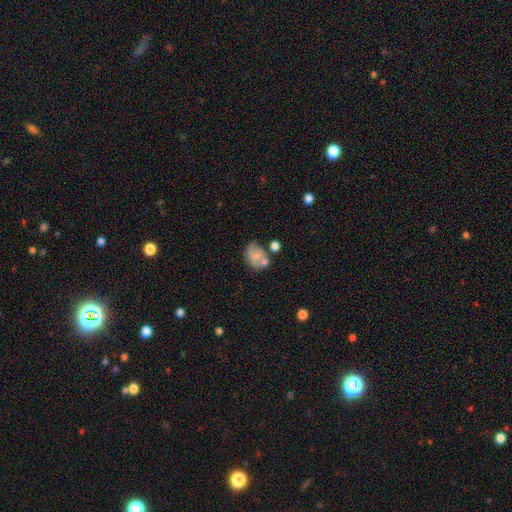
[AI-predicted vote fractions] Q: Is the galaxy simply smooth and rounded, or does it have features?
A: smooth — 68%.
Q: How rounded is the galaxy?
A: in between — 64%.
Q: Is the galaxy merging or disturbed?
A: none — 45%.